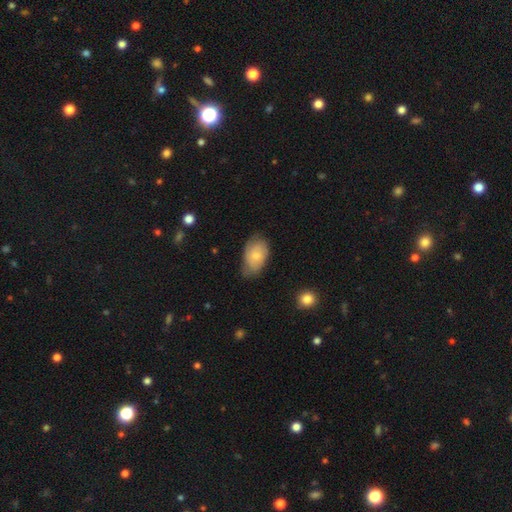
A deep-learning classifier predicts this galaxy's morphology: Overall: smooth (63%; featured or disk 31%). How rounded: in between (90%). Merging: none (58%; minor disturbance 33%).